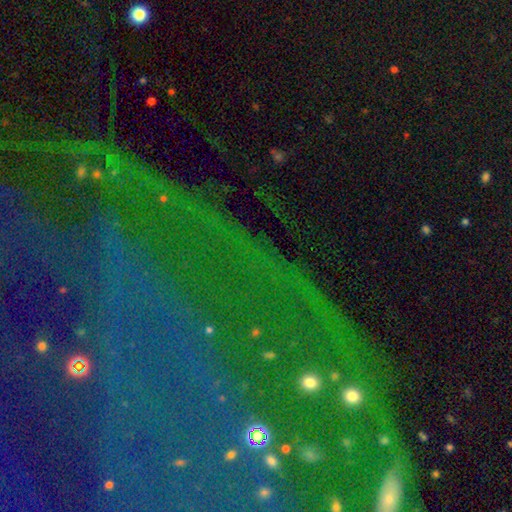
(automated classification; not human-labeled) The model was most divided on "smooth or featured": star or artifact: 80%, featured or disk: 11%, smooth: 9%.